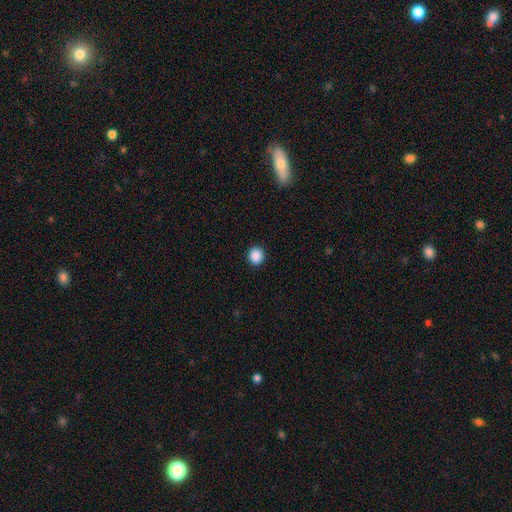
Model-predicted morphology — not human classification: smooth 88%, star or artifact 9%, featured or disk 3%. Down the decision tree: how rounded — round (86%); merging — none (92%).